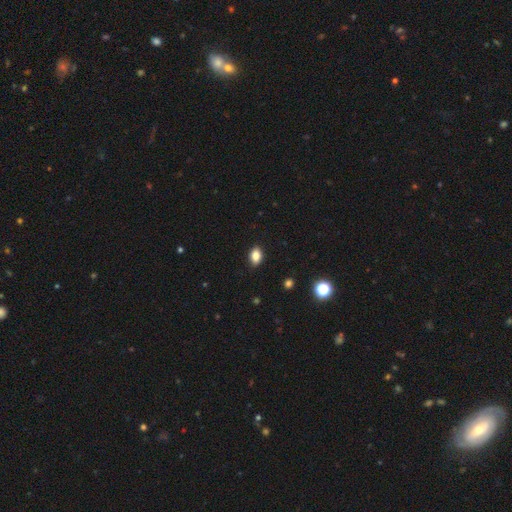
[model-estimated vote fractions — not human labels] smooth_or_featured: smooth (p=0.84) [alt: star or artifact p=0.10]
how_rounded: in between (p=0.83) [alt: round p=0.16]
merging: none (p=0.88) [alt: minor disturbance p=0.09]